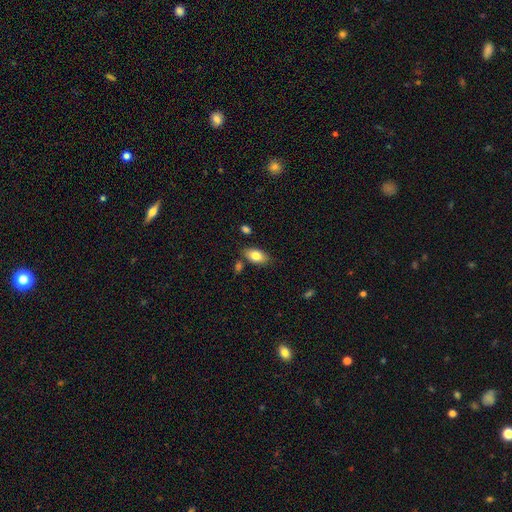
smooth 84%, featured or disk 11%, star or artifact 5%. Down the decision tree: how rounded — in between (94%); merging — none (83%).